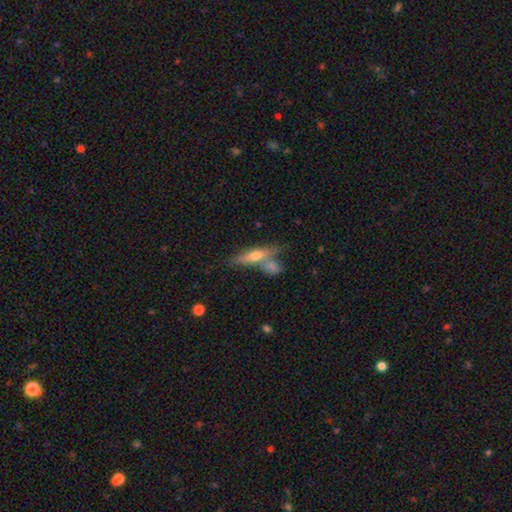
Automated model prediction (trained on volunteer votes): smooth-or-featured: smooth: 49% | featured or disk: 44% | star or artifact: 7%
  merging: none: 49% | merger: 33% | minor disturbance: 13% | major disturbance: 5%